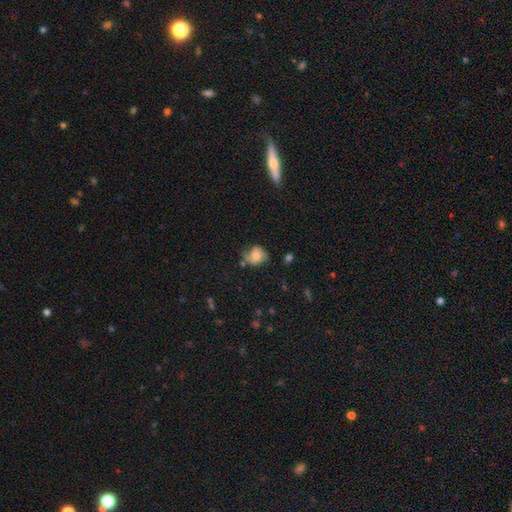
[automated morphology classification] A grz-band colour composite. It shows a featured or disk galaxy (47%). Merging: none (51%).